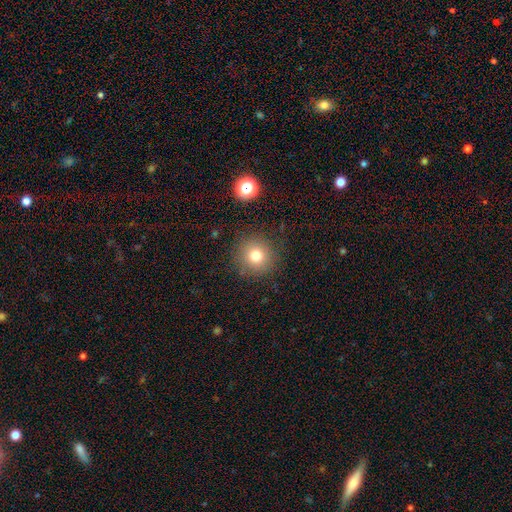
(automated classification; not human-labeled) A smooth galaxy with no disk features (76%) that is round (94%). Merging: none (87%).